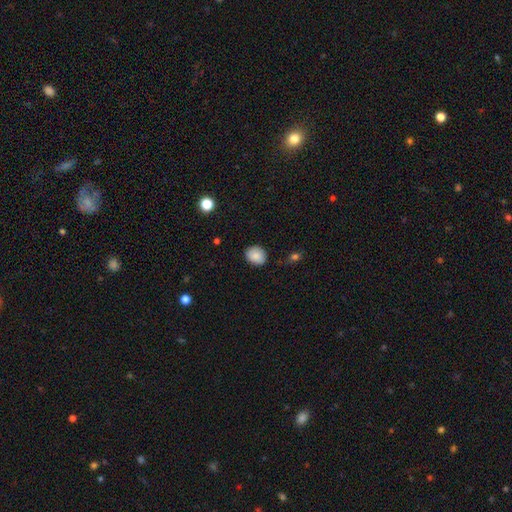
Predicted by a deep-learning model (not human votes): Smooth or featured?
  - smooth: 86% *
  - star or artifact: 8%
  - featured or disk: 6%
How rounded?
  - round: 62% *
  - in between: 37%
  - cigar-shaped: 1%
Merging?
  - none: 83% *
  - minor disturbance: 14%
  - major disturbance: 2%
  - merger: 1%